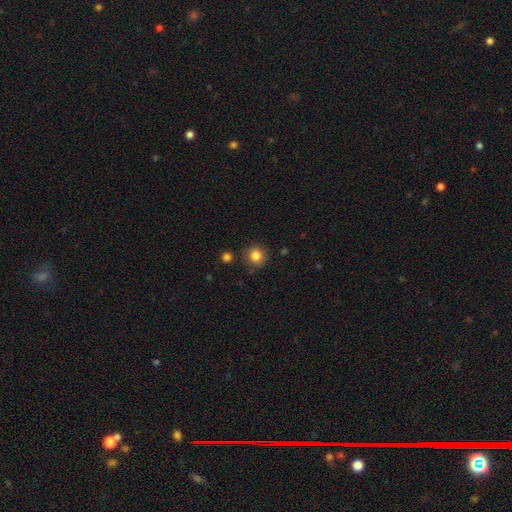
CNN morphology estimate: Q: Smooth or featured?
A: smooth (84%); runner-up: star or artifact (11%)
Q: How rounded?
A: round (90%); runner-up: in between (9%)
Q: Merging?
A: none (86%); runner-up: minor disturbance (8%)